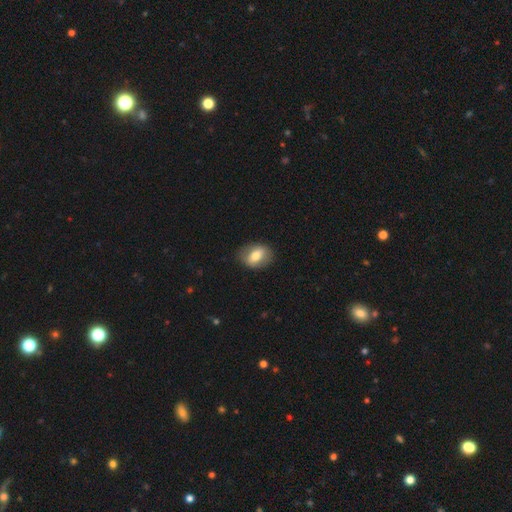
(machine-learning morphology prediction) A smooth galaxy with no disk features (68%) that is in between round and cigar-shaped (74%). Merging: none (81%).